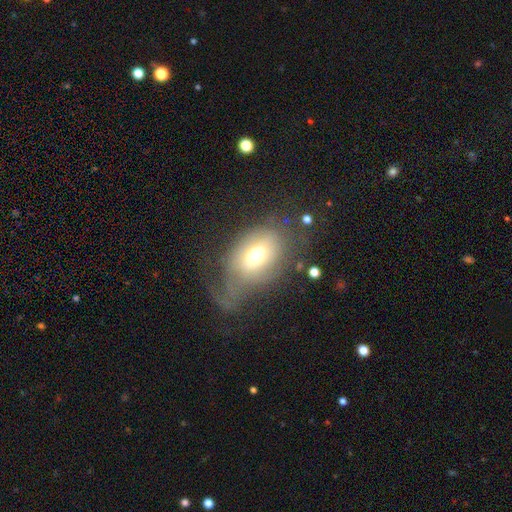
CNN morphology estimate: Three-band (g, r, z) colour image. It shows a smooth galaxy with no disk features (55%) that is in between round and cigar-shaped (74%). Merging: major disturbance (44%).